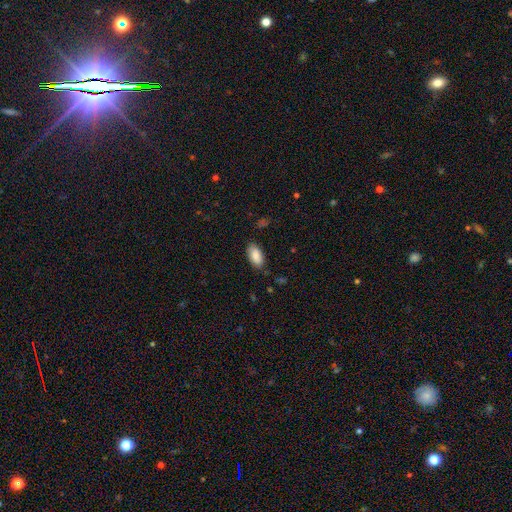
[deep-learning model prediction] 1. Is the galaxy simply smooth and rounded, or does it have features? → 88% smooth, 6% star or artifact, 6% featured or disk.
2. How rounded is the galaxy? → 94% in between, 3% cigar-shaped, 3% round.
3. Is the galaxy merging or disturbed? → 79% none, 16% minor disturbance, 4% major disturbance, 1% merger.